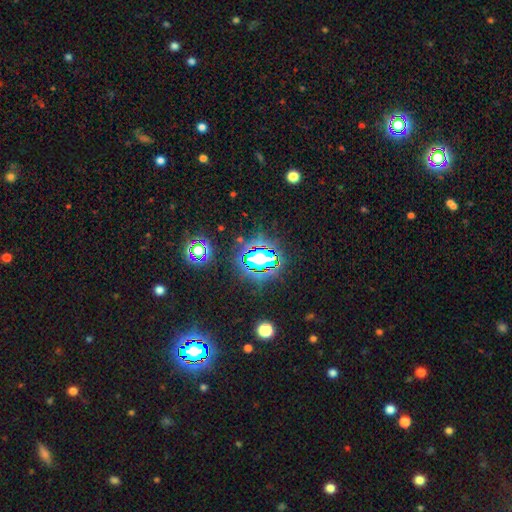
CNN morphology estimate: Smooth or featured? Predicted: star or artifact (p=0.65).